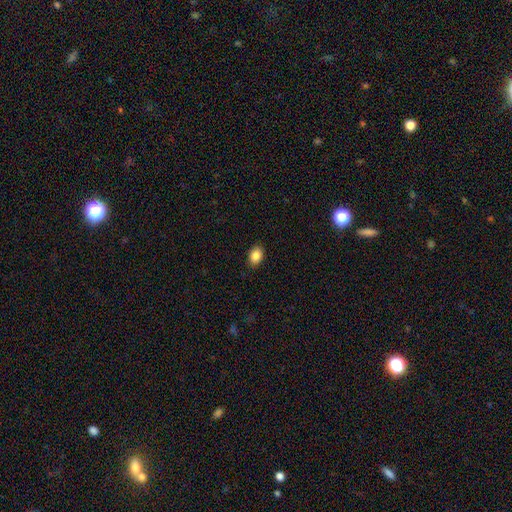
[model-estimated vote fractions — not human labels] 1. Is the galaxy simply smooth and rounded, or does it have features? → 86% smooth, 8% star or artifact, 5% featured or disk.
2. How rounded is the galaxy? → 79% in between, 19% round, 1% cigar-shaped.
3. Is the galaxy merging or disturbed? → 88% none, 9% minor disturbance, 2% major disturbance, 1% merger.